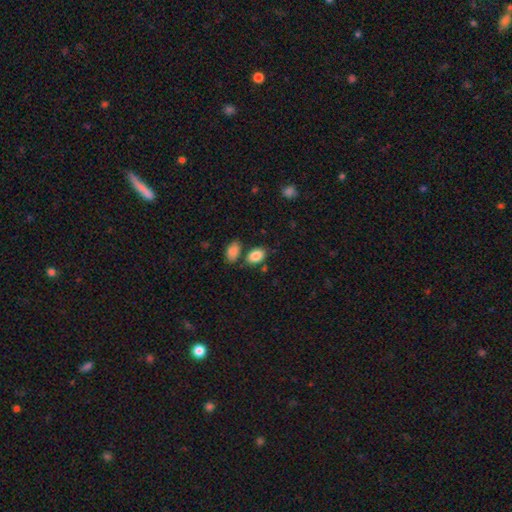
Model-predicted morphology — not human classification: Smooth or featured? Predicted: smooth (p=0.87). How rounded? Predicted: in between (p=0.87). Merging? Predicted: none (p=0.69).